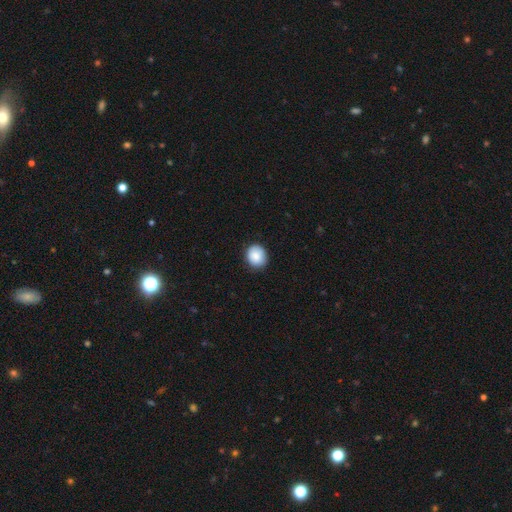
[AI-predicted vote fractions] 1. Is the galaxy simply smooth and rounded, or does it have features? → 87% smooth, 8% star or artifact, 5% featured or disk.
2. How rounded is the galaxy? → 77% round, 23% in between, 1% cigar-shaped.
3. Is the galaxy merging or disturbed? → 85% none, 12% minor disturbance, 2% major disturbance, 1% merger.